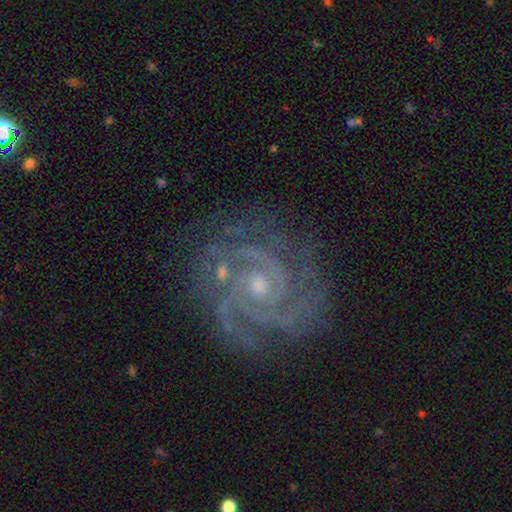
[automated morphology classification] The model was most divided on "spiral arm count": 3: 34%, 2: 32%, 4: 14%, can't tell: 9%, more than 4: 6%, 1: 6%. More confident: spiral arms — yes (99%); edge-on disk — no (98%); smooth or featured — featured or disk (92%); merging — none (78%); spiral winding — tight (75%); bar — no (67%); bulge size — small (62%).